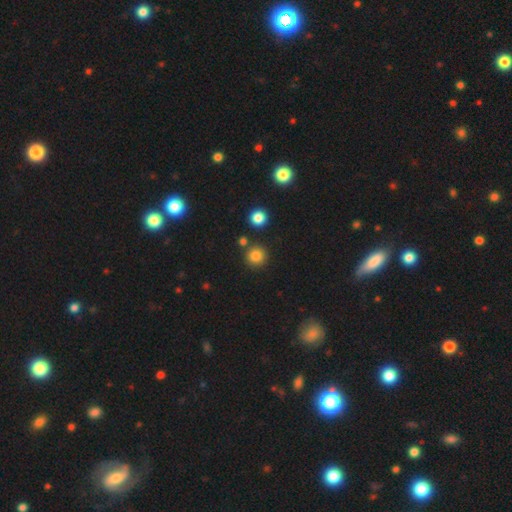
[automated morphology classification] Smooth or featured? Predicted: smooth (p=0.81). How rounded? Predicted: round (p=0.93). Merging? Predicted: none (p=0.84).